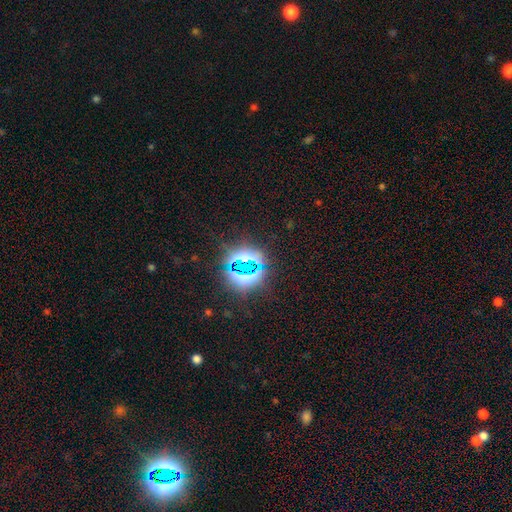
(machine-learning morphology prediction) A star or artifact, not a galaxy (75%).